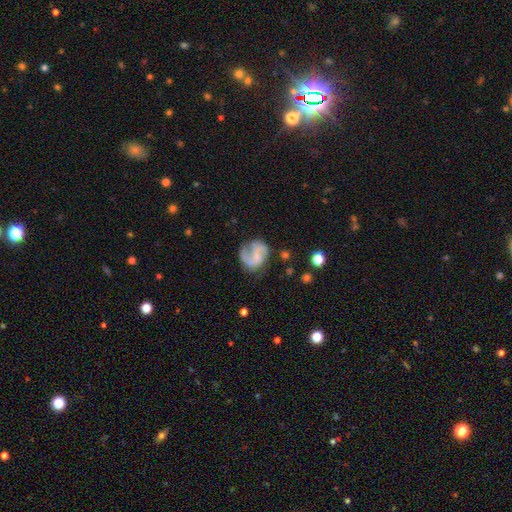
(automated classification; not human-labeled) smooth_or_featured: featured or disk (p=0.72) [alt: smooth p=0.21]
disk_edge_on: no (p=0.98) [alt: yes p=0.02]
bar: no (p=0.48) [alt: weak p=0.40]
has_spiral_arms: yes (p=0.88) [alt: no p=0.12]
spiral_winding: medium (p=0.46) [alt: loose p=0.36]
spiral_arm_count: 2 (p=0.70) [alt: 1 p=0.13]
bulge_size: none (p=0.41) [alt: small p=0.39]
merging: none (p=0.54) [alt: minor disturbance p=0.22]